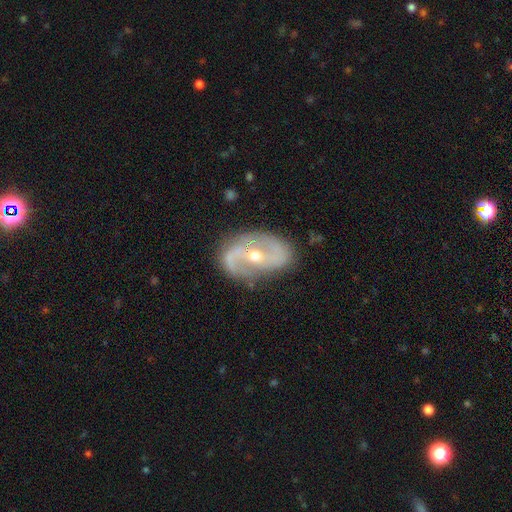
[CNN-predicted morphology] Overall: featured or disk (86%). Edge-on disk: no (96%). Bar: no (42%; weak 34%). Spiral arms: yes (92%). Spiral arm count: 2 (87%). Spiral winding: medium (42%; loose 38%). Bulge size: moderate (54%; small 43%). Merging: none (76%).